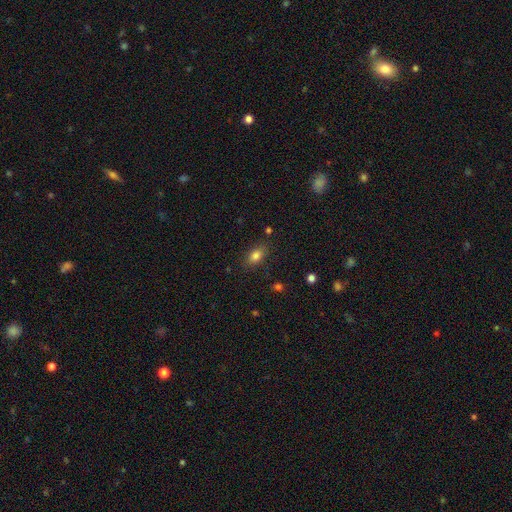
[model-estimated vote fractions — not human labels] smooth 81%, star or artifact 10%, featured or disk 8%. Down the decision tree: how rounded — in between (84%); merging — none (82%).